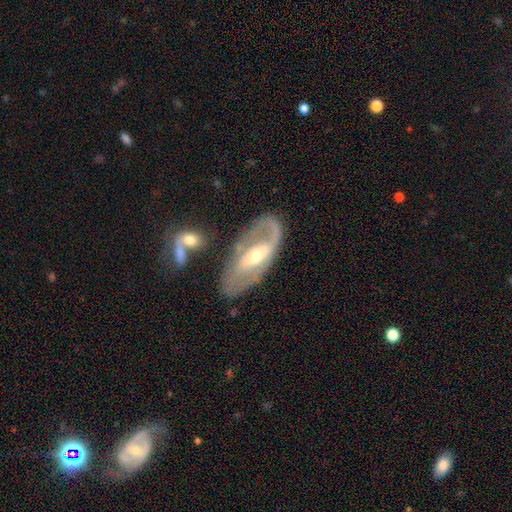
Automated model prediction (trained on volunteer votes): A featured or disk galaxy (79%) with a strong bar (39%), 2 (69%) medium (42%) spiral arms (78%) and a moderate central bulge (52%).

Vote fractions:
- Smooth or featured? featured or disk: 79% / smooth: 15% / star or artifact: 5%
- Edge-on disk? no: 91% / yes: 9%
- Bar? strong: 39% / weak: 34% / no: 27%
- Spiral arms? yes: 78% / no: 22%
- Spiral winding? medium: 42% / loose: 31% / tight: 27%
- Spiral arm count? 2: 69% / 1: 14% / can't tell: 13% / 3: 2% / 4: 1% / more than 4: 1%
- Bulge size? moderate: 52% / small: 42% / large: 4% / none: 1% / dominant: 1%
- Merging? none: 62% / minor disturbance: 18% / major disturbance: 12% / merger: 7%